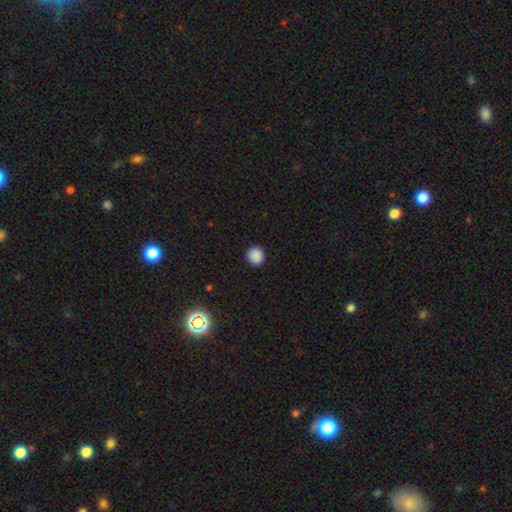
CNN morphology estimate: Smooth or featured?
  - smooth: 87% *
  - star or artifact: 10%
  - featured or disk: 2%
How rounded?
  - round: 89% *
  - in between: 10%
  - cigar-shaped: 1%
Merging?
  - none: 92% *
  - minor disturbance: 6%
  - major disturbance: 2%
  - merger: 1%